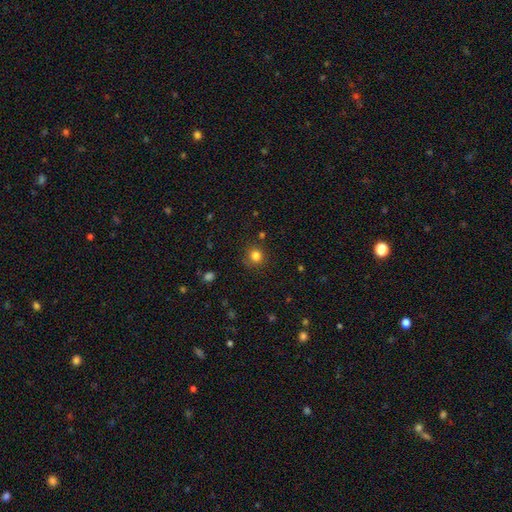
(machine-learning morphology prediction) Q: Smooth or featured?
A: smooth (82%); runner-up: star or artifact (13%)
Q: How rounded?
A: round (89%); runner-up: in between (10%)
Q: Merging?
A: none (84%); runner-up: minor disturbance (10%)